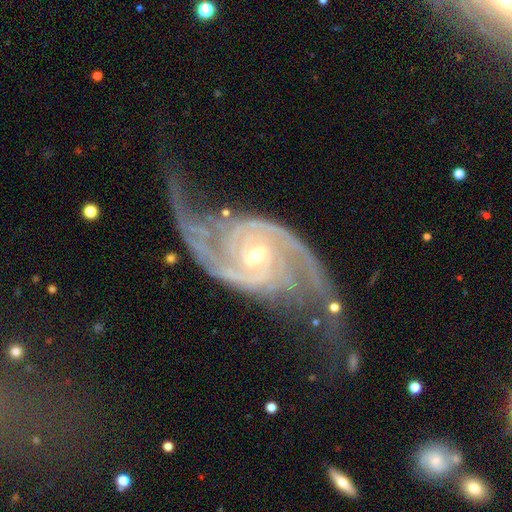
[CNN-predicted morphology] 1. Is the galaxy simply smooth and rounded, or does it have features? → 93% featured or disk, 4% star or artifact, 2% smooth.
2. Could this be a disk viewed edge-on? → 97% no, 3% yes.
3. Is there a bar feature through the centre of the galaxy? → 52% no, 32% weak, 16% strong.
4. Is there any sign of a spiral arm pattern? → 99% yes, 1% no.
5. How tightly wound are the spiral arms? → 48% medium, 30% tight, 22% loose.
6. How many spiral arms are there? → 78% 2, 7% 3, 5% can't tell, 4% 4, 3% more than 4, 3% 1.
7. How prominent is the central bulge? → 60% small, 37% moderate, 1% large, 1% none, 1% dominant.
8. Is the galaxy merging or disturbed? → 57% none, 20% minor disturbance, 19% major disturbance, 3% merger.